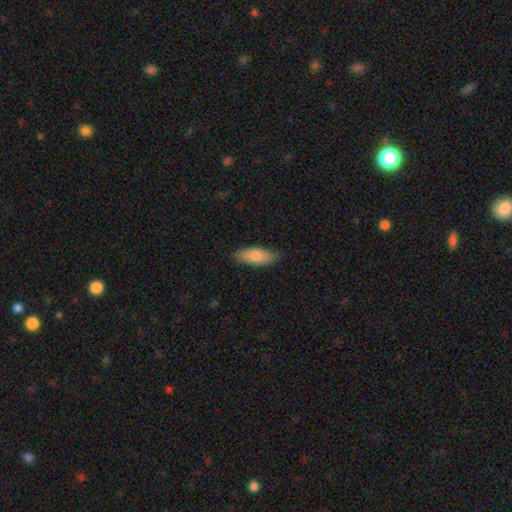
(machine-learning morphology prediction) Smooth or featured: smooth — 81% (featured or disk — 13%)
How rounded: in between — 74% (cigar-shaped — 24%)
Merging: none — 82% (minor disturbance — 14%)